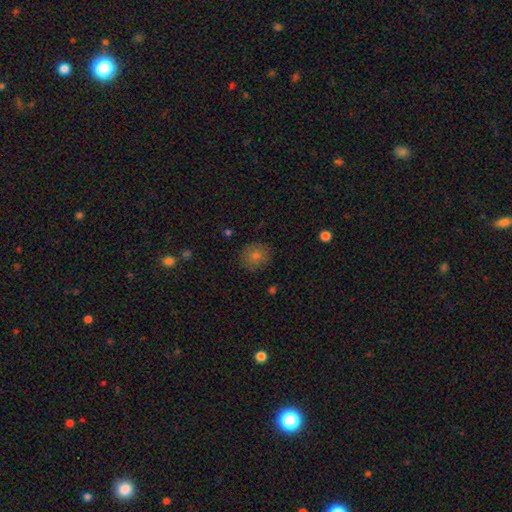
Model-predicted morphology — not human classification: Smooth or featured? smooth (74%)
How rounded? round (87%)
Merging? none (87%)